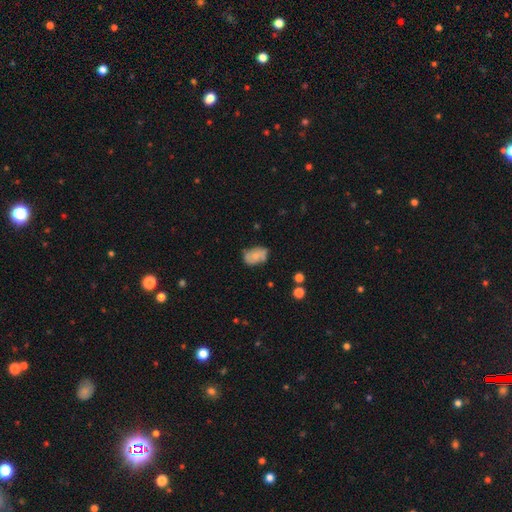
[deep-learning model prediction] Overall: smooth (51%; featured or disk 40%). How rounded: in between (84%). Merging: none (55%; minor disturbance 32%).